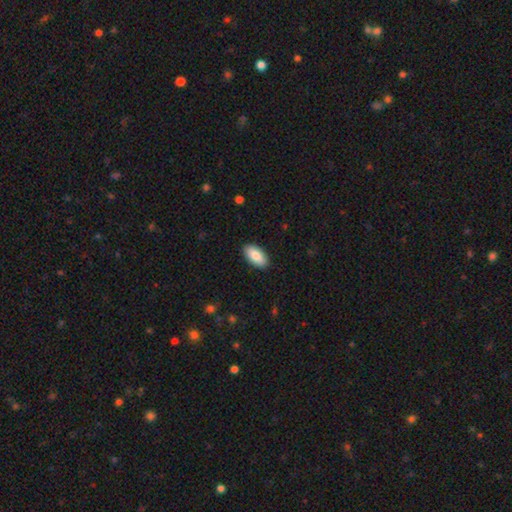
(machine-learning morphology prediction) A smooth galaxy with no disk features (83%) that is in between round and cigar-shaped (93%). Merging: none (90%).